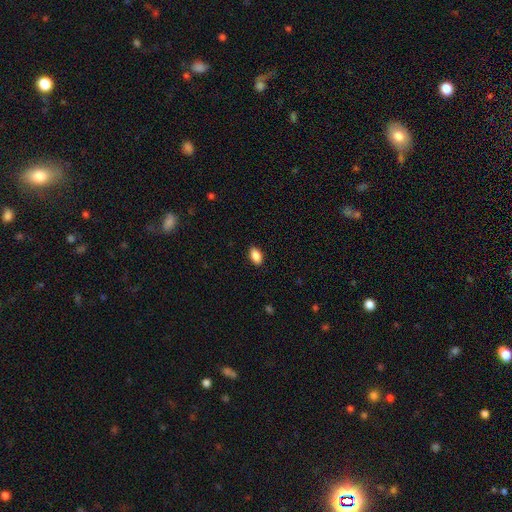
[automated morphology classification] smooth 89%, star or artifact 7%, featured or disk 4%. Down the decision tree: how rounded — in between (92%); merging — none (89%).